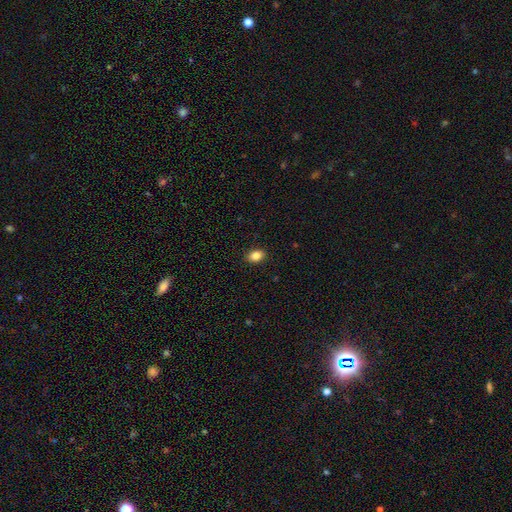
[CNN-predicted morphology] Q: Smooth or featured?
A: smooth (86%); runner-up: star or artifact (9%)
Q: How rounded?
A: in between (73%); runner-up: round (26%)
Q: Merging?
A: none (90%); runner-up: minor disturbance (7%)